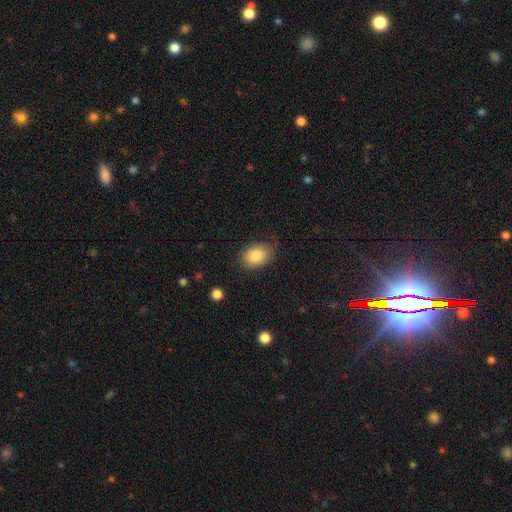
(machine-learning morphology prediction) A smooth galaxy with no disk features (85%) that is in between round and cigar-shaped (74%).

Vote fractions:
- Smooth or featured? smooth: 85% / star or artifact: 8% / featured or disk: 8%
- How rounded? in between: 74% / round: 25% / cigar-shaped: 1%
- Merging? none: 78% / minor disturbance: 16% / major disturbance: 4% / merger: 1%